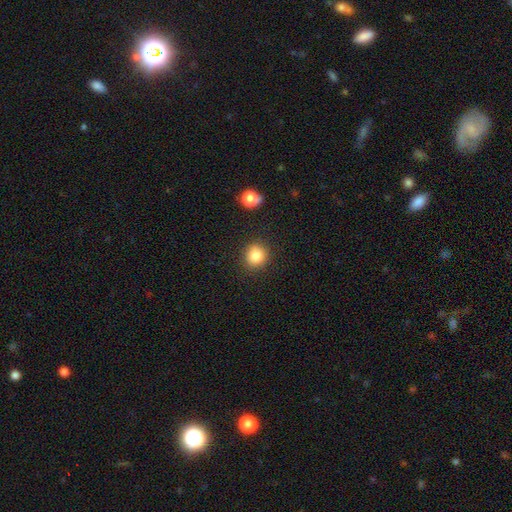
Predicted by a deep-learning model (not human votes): Smooth or featured? Predicted: smooth (p=0.85). How rounded? Predicted: round (p=0.84). Merging? Predicted: none (p=0.86).